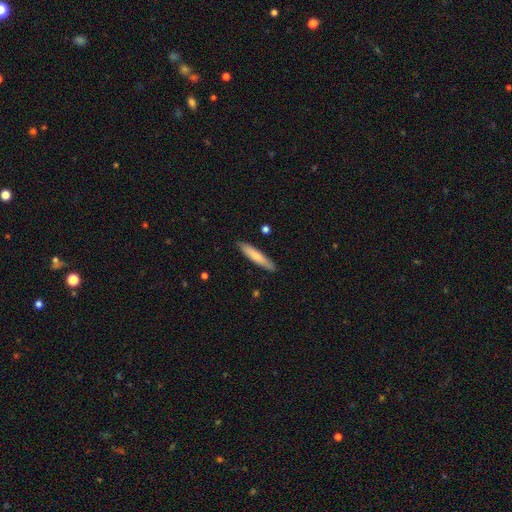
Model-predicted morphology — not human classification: Smooth or featured? smooth (77%)
How rounded? cigar-shaped (87%)
Merging? none (88%)